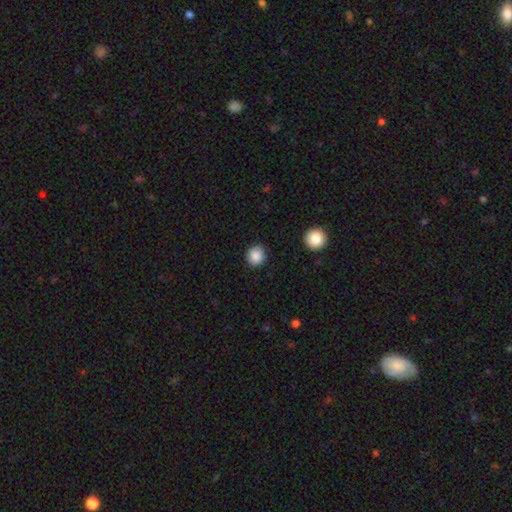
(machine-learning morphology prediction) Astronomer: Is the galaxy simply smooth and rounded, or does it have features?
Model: smooth — 88%.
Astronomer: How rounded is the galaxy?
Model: round — 88%.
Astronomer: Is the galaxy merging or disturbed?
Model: none — 90%.